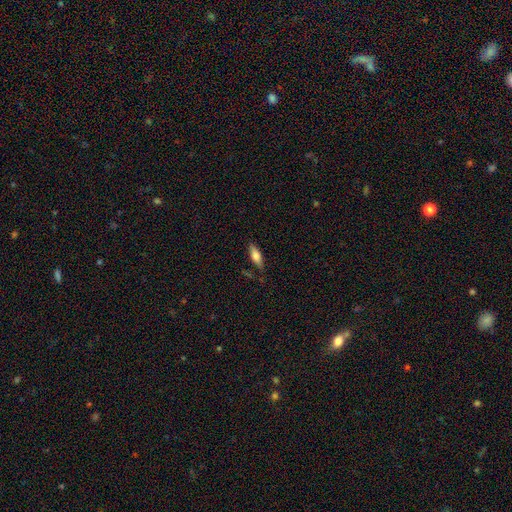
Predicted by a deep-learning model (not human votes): A smooth galaxy with no disk features (66%) that is in between round and cigar-shaped (56%).

Vote fractions:
- Smooth or featured? smooth: 66% / featured or disk: 28% / star or artifact: 7%
- How rounded? in between: 56% / cigar-shaped: 42% / round: 2%
- Merging? none: 80% / minor disturbance: 15% / major disturbance: 3% / merger: 2%